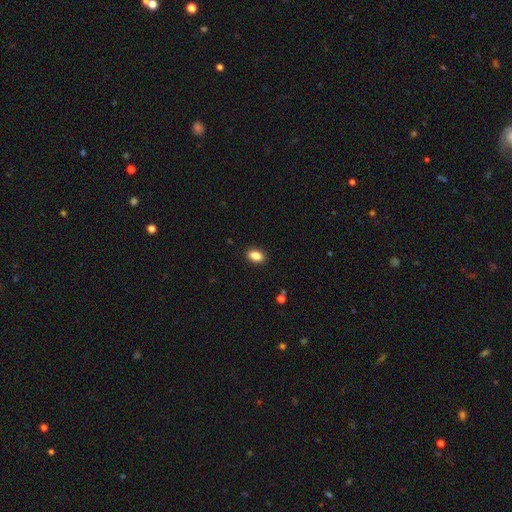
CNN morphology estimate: Smooth or featured?
  - smooth: 86% *
  - star or artifact: 9%
  - featured or disk: 5%
How rounded?
  - in between: 85% *
  - round: 14%
  - cigar-shaped: 2%
Merging?
  - none: 90% *
  - minor disturbance: 7%
  - major disturbance: 2%
  - merger: 1%